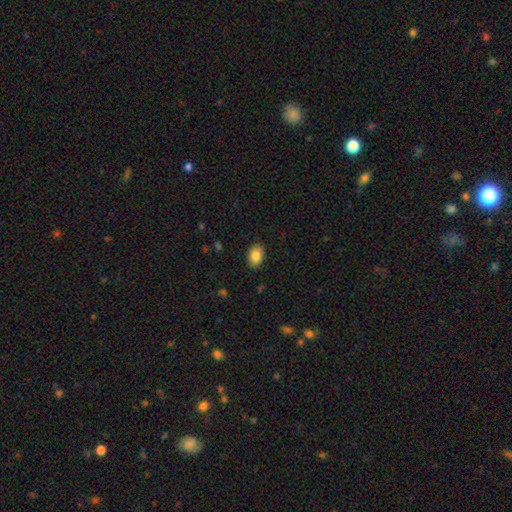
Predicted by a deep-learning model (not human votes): Overall: smooth (86%). How rounded: in between (82%). Merging: none (89%).